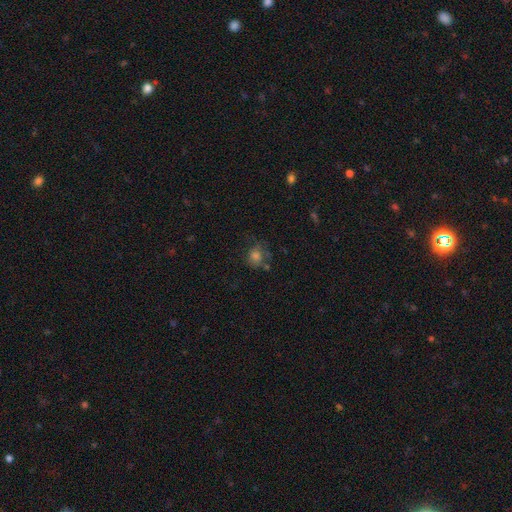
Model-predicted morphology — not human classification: smooth_or_featured: smooth (p=0.66) [alt: featured or disk p=0.17]
how_rounded: round (p=0.77) [alt: in between p=0.22]
merging: none (p=0.54) [alt: minor disturbance p=0.22]